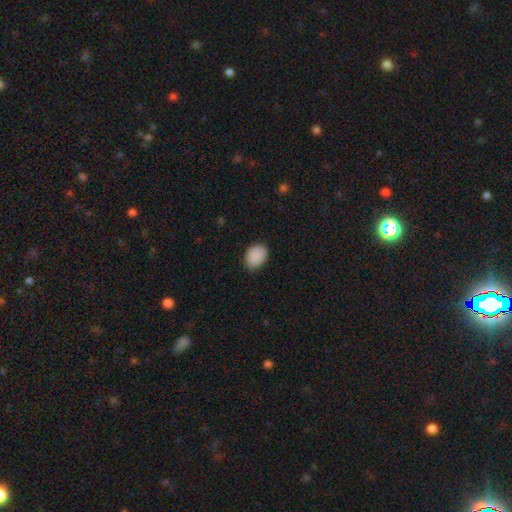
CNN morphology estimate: Q: Smooth or featured?
A: smooth (90%); runner-up: star or artifact (7%)
Q: How rounded?
A: in between (68%); runner-up: round (31%)
Q: Merging?
A: none (82%); runner-up: minor disturbance (14%)